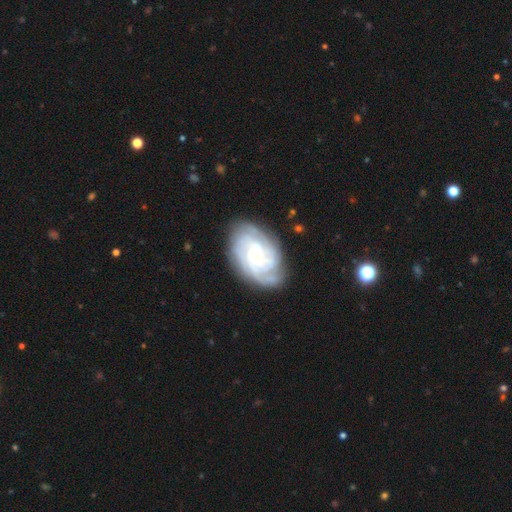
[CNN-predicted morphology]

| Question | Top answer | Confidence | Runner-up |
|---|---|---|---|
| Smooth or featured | featured or disk | 82% | smooth (12%) |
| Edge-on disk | no | 97% | yes (3%) |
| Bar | no | 69% | weak (26%) |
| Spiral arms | yes | 95% | no (5%) |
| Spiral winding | tight | 69% | medium (25%) |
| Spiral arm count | can't tell | 33% | 4 (22%) |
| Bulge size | small | 66% | moderate (30%) |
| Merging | none | 77% | minor disturbance (17%) |